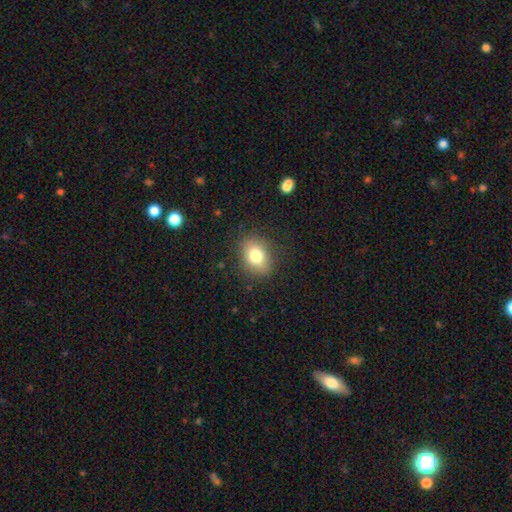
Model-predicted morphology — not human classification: This is likely a smooth galaxy (78%). How rounded: likely in between (70%). Merging: clearly none (84%).